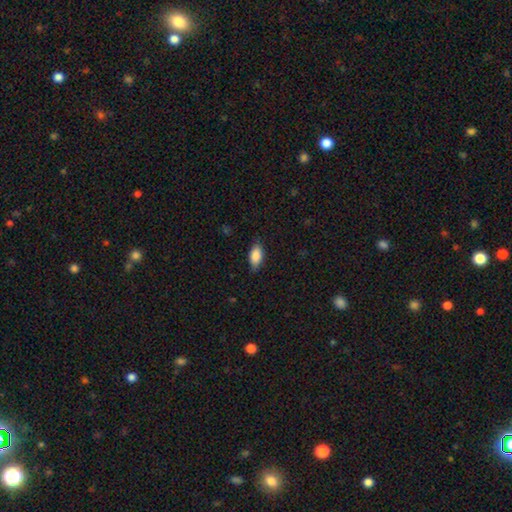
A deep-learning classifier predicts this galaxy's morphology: Smooth or featured?
  - smooth: 86% *
  - featured or disk: 7%
  - star or artifact: 7%
How rounded?
  - in between: 91% *
  - cigar-shaped: 6%
  - round: 4%
Merging?
  - none: 80% *
  - minor disturbance: 16%
  - major disturbance: 3%
  - merger: 1%